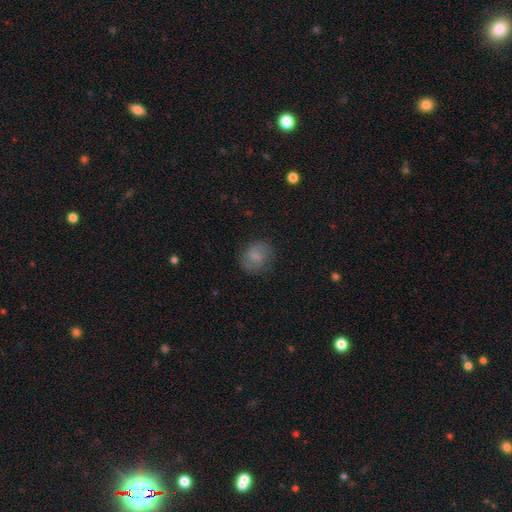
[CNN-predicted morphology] type=smooth (69%); roundness=round (65%); merging=none (73%).